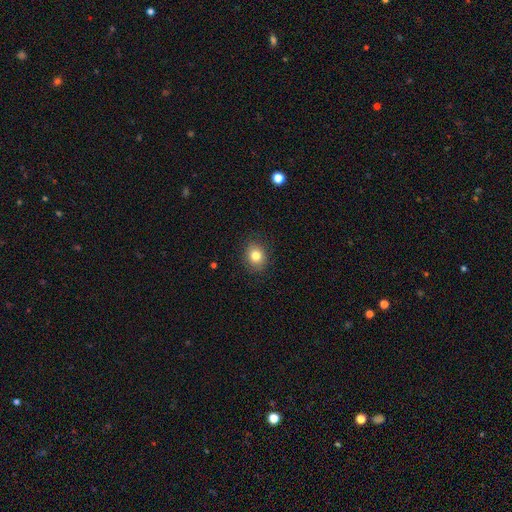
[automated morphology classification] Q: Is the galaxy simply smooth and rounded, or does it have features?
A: smooth — 81%.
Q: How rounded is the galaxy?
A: round — 62%.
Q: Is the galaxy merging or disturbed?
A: none — 88%.